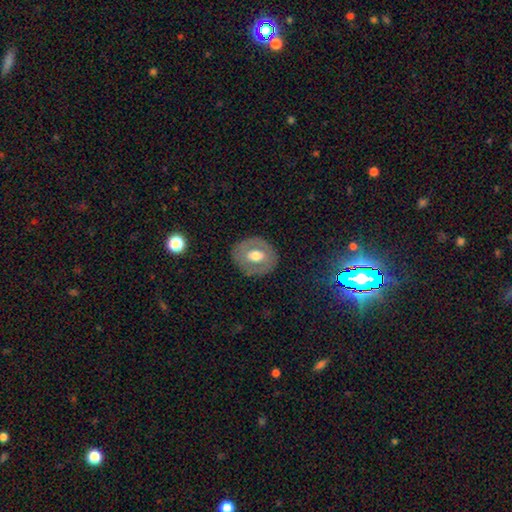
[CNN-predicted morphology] A featured or disk galaxy (48%). Merging: none (83%).